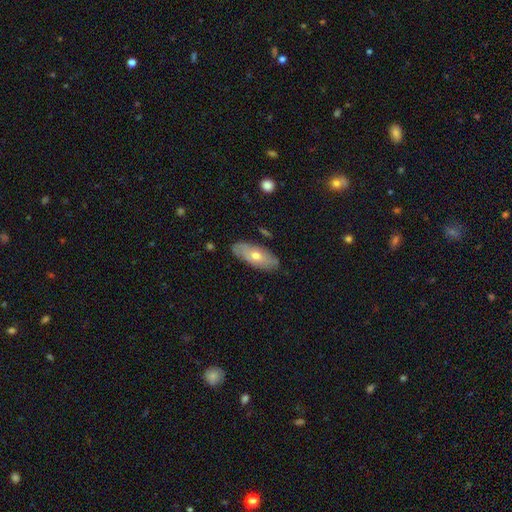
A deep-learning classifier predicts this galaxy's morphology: smooth 53%, featured or disk 40%, star or artifact 6%. Down the decision tree: how rounded — in between (82%); merging — none (83%).